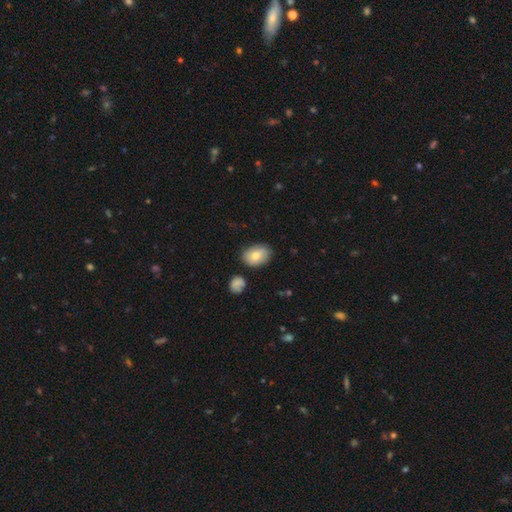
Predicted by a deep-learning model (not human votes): A smooth galaxy with no disk features (76%) that is in between round and cigar-shaped (80%).

Vote fractions:
- Smooth or featured? smooth: 76% / featured or disk: 17% / star or artifact: 8%
- How rounded? in between: 80% / round: 18% / cigar-shaped: 1%
- Merging? none: 79% / minor disturbance: 15% / merger: 3% / major disturbance: 3%